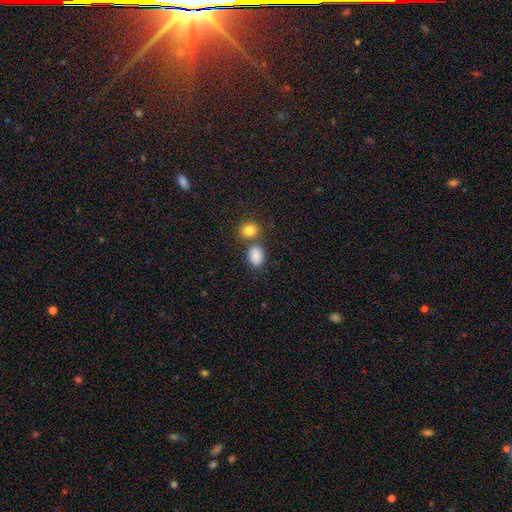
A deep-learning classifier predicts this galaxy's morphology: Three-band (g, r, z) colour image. It shows a smooth galaxy with no disk features (86%) that is in between round and cigar-shaped (66%). Merging: none (61%).